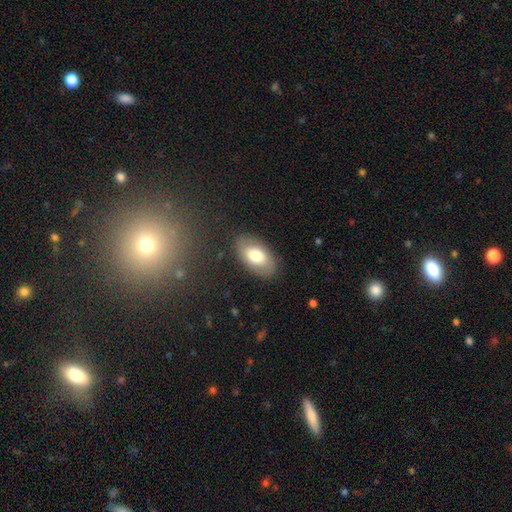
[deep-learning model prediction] Overall: smooth (70%). How rounded: in between (94%). Merging: none (85%).